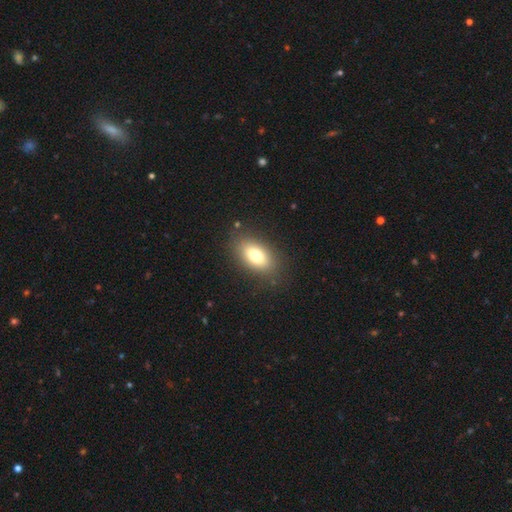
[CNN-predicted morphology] smooth-or-featured: smooth: 76% | featured or disk: 15% | star or artifact: 9%
  how-rounded: in between: 87% | round: 10% | cigar-shaped: 3%
  merging: none: 84% | minor disturbance: 11% | major disturbance: 4% | merger: 2%